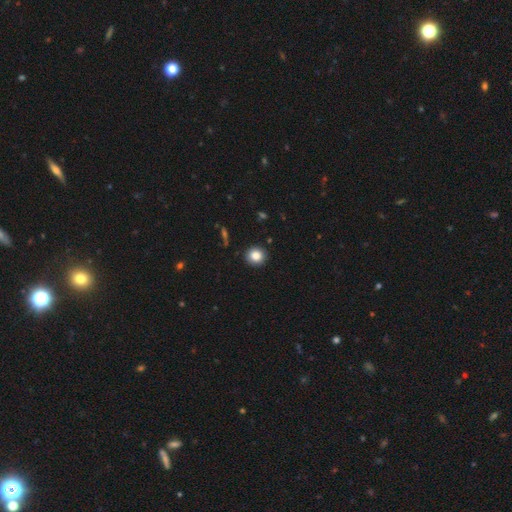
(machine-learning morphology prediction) A smooth galaxy with no disk features (85%) that is round (91%).

Vote fractions:
- Smooth or featured? smooth: 85% / star or artifact: 10% / featured or disk: 5%
- How rounded? round: 91% / in between: 8% / cigar-shaped: 1%
- Merging? none: 92% / minor disturbance: 6% / major disturbance: 2% / merger: 1%